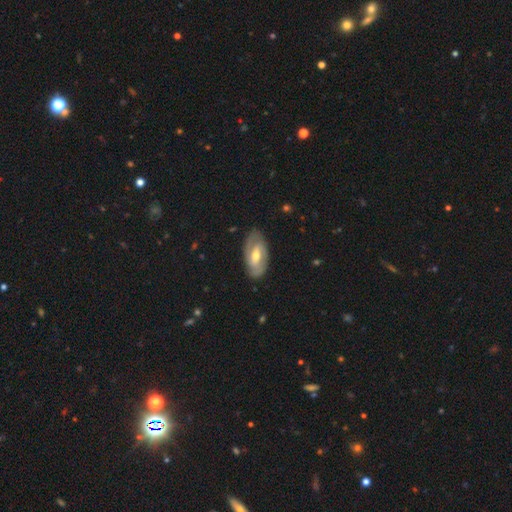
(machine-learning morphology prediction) smooth_or_featured: featured or disk (p=0.71) [alt: smooth p=0.24]
disk_edge_on: no (p=0.92) [alt: yes p=0.08]
bar: weak (p=0.46) [alt: strong p=0.27]
has_spiral_arms: yes (p=0.78) [alt: no p=0.22]
spiral_winding: tight (p=0.45) [alt: medium p=0.39]
spiral_arm_count: 2 (p=0.75) [alt: can't tell p=0.16]
bulge_size: moderate (p=0.64) [alt: small p=0.30]
merging: none (p=0.81) [alt: minor disturbance p=0.14]